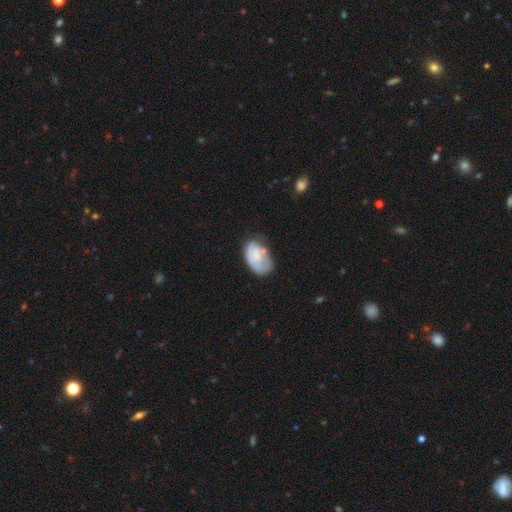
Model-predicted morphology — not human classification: The model was most divided on "merging": none: 44%, minor disturbance: 33%, major disturbance: 14%, merger: 9%. More confident: how rounded — in between (90%); smooth or featured — smooth (59%).